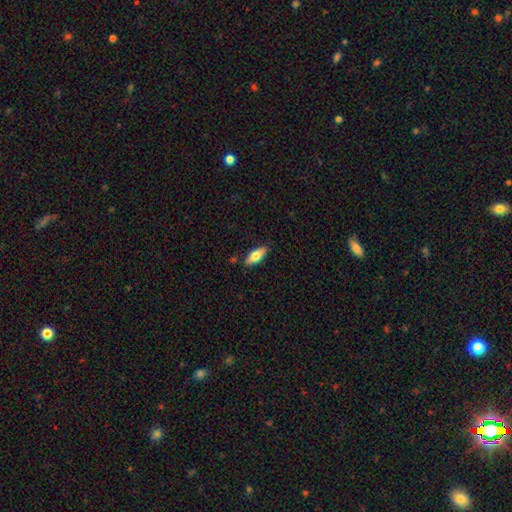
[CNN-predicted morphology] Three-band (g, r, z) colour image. It shows a smooth galaxy with no disk features (69%) that is in between round and cigar-shaped (70%). Merging: none (86%).